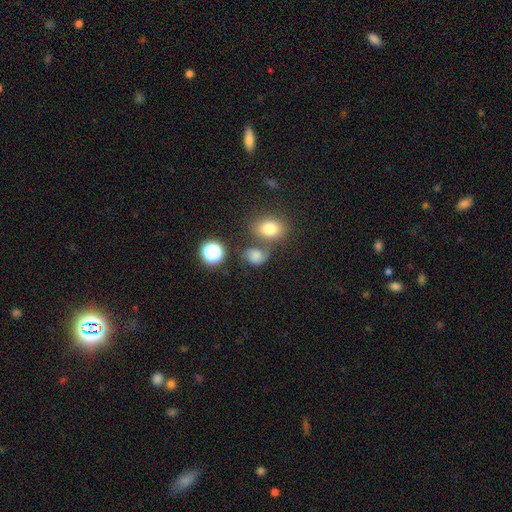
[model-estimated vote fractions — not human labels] Smooth or featured? Predicted: smooth (p=0.61). How rounded? Predicted: round (p=0.56). Merging? Predicted: none (p=0.47).